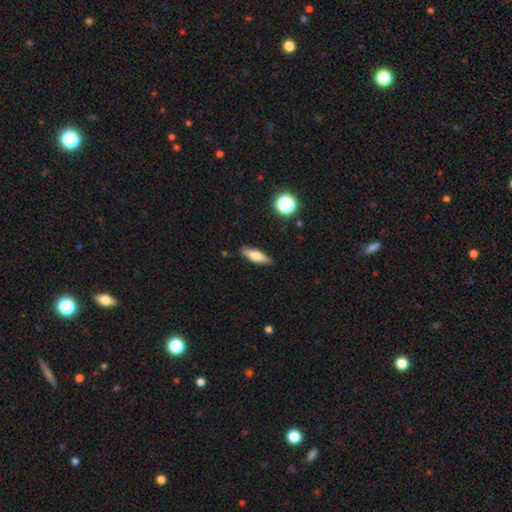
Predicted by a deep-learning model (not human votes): The model was most divided on "how rounded": cigar-shaped: 54%, in between: 43%, round: 3%. More confident: merging — none (88%); smooth or featured — smooth (66%).